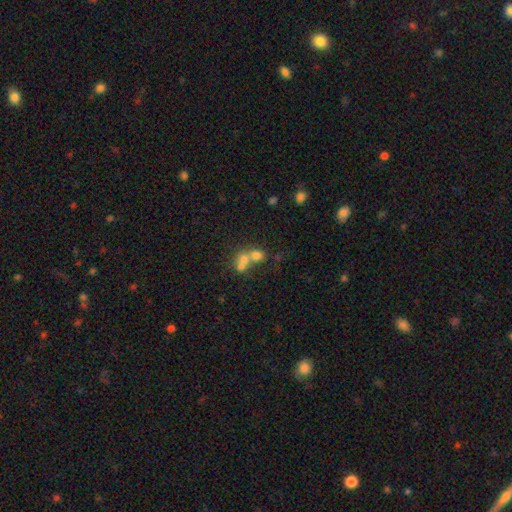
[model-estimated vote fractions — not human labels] Morphology: type=smooth (64%); roundness=round (71%); merging=merger (62%).